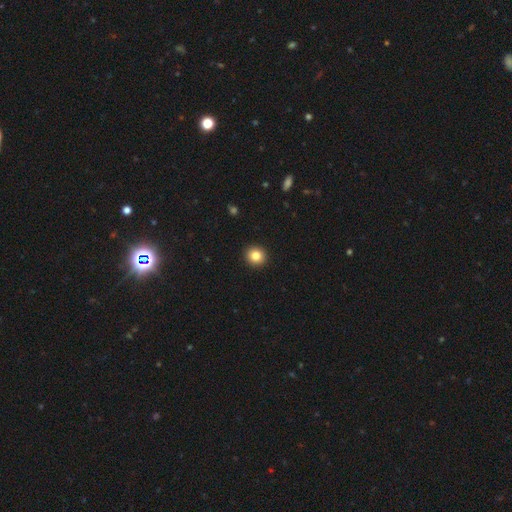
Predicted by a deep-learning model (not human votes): smooth_or_featured: smooth (p=0.83) [alt: star or artifact p=0.10]
how_rounded: round (p=0.91) [alt: in between p=0.08]
merging: none (p=0.93) [alt: minor disturbance p=0.04]